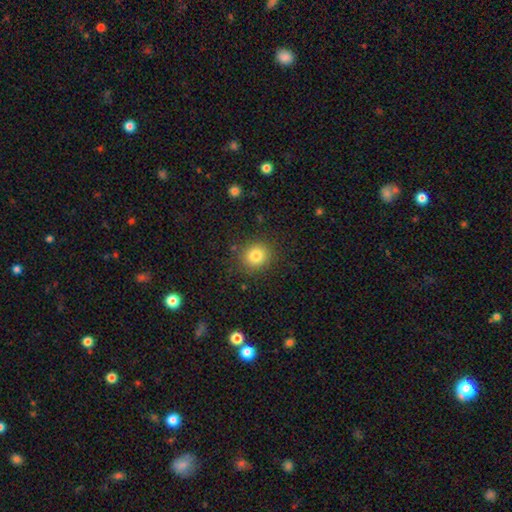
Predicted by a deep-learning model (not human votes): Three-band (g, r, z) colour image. It shows a smooth galaxy with no disk features (82%) that is round (82%). Merging: none (86%).